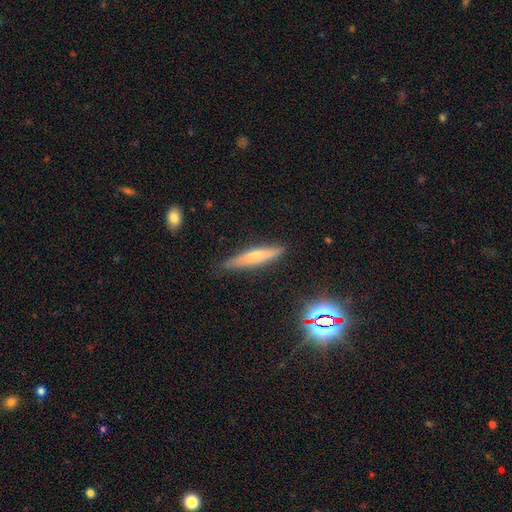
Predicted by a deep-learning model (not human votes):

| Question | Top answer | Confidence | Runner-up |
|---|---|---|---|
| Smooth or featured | smooth | 55% | featured or disk (33%) |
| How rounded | cigar-shaped | 88% | in between (10%) |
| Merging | none | 83% | minor disturbance (13%) |